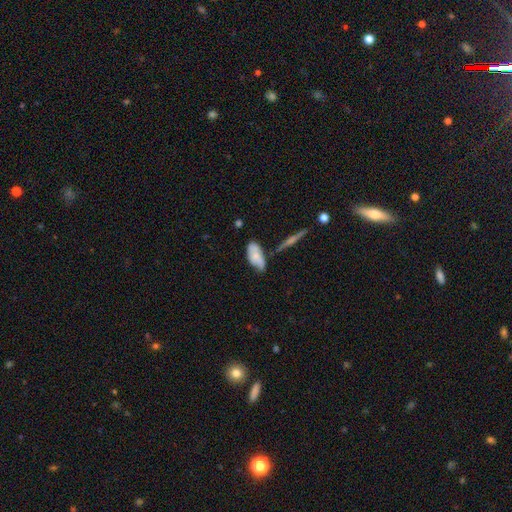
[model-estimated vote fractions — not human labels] Smooth or featured? smooth (60%)
How rounded? in between (89%)
Merging? none (54%)